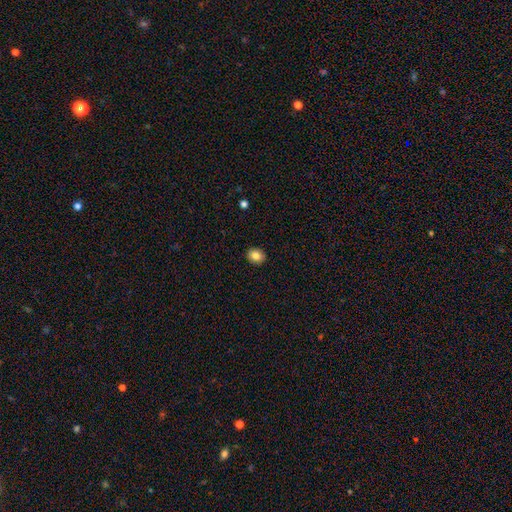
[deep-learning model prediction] Morphology: type=smooth (83%); roundness=round (62%); merging=none (91%).